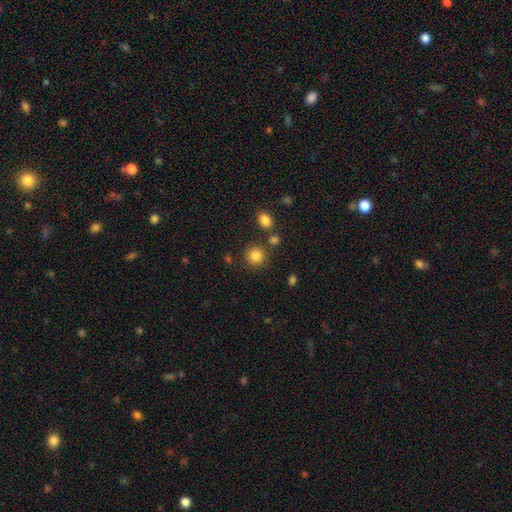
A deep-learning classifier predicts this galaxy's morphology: A smooth galaxy with no disk features (83%) that is round (89%). Merging: none (81%).